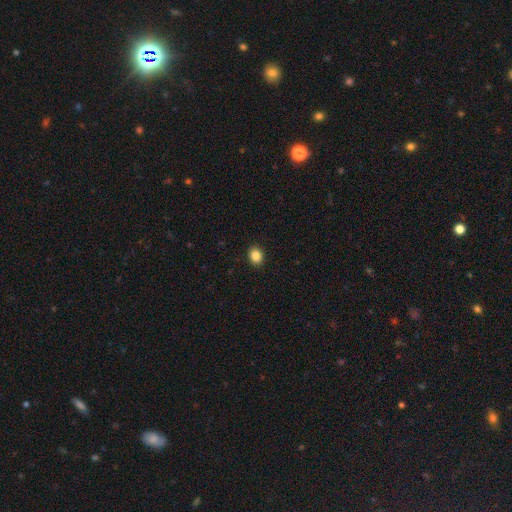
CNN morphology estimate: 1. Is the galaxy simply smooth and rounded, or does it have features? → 86% smooth, 10% star or artifact, 4% featured or disk.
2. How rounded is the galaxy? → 56% round, 43% in between, 1% cigar-shaped.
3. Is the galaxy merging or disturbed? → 92% none, 6% minor disturbance, 2% major disturbance, 1% merger.